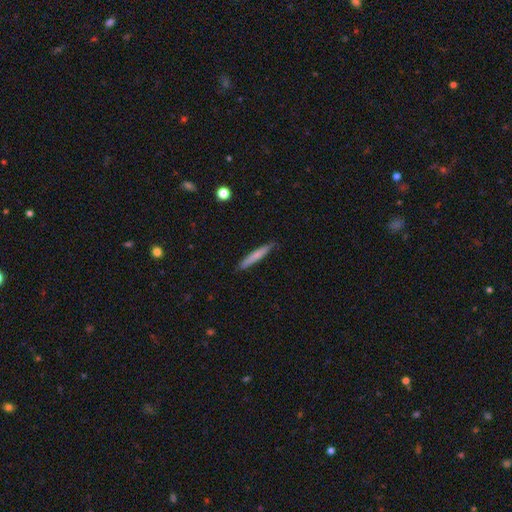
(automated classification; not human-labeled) smooth_or_featured: smooth (p=0.69) [alt: featured or disk p=0.25]
how_rounded: cigar-shaped (p=0.95) [alt: in between p=0.04]
merging: none (p=0.88) [alt: minor disturbance p=0.10]